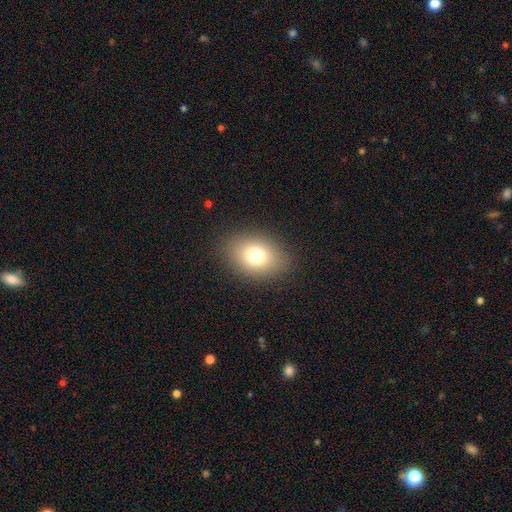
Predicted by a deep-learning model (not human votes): Smooth or featured: smooth — 75% (star or artifact — 13%)
How rounded: in between — 68% (round — 31%)
Merging: none — 87% (minor disturbance — 9%)